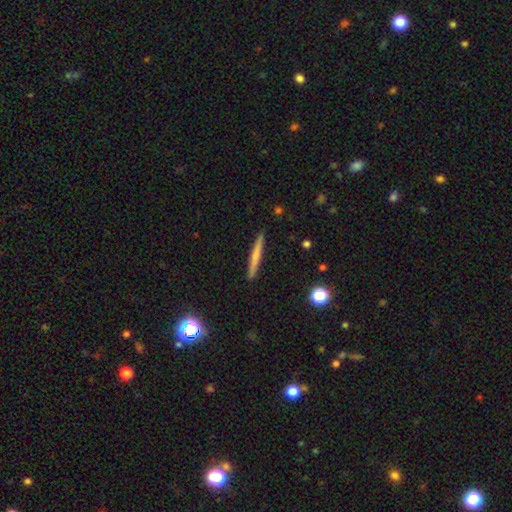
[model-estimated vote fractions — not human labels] smooth_or_featured: smooth (p=0.57) [alt: featured or disk p=0.36]
how_rounded: cigar-shaped (p=0.96) [alt: in between p=0.03]
merging: none (p=0.91) [alt: minor disturbance p=0.06]